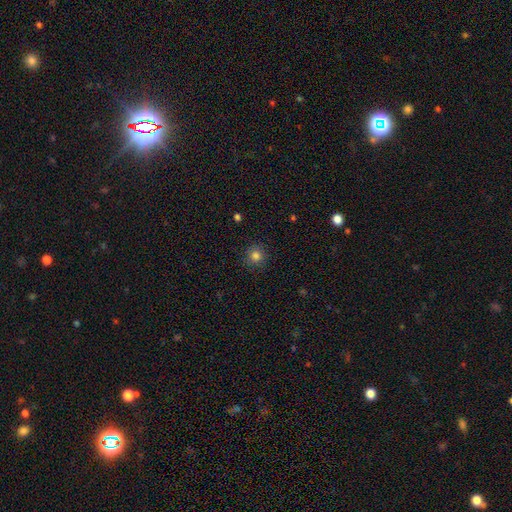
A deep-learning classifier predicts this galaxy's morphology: This is clearly a smooth galaxy (82%). How rounded: clearly round (93%). Merging: clearly none (89%).